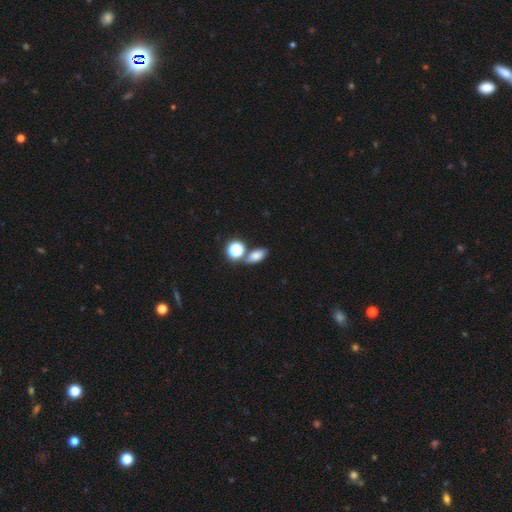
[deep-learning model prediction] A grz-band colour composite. It shows a smooth galaxy with no disk features (75%) that is in between round and cigar-shaped (79%). Merging: none (67%).